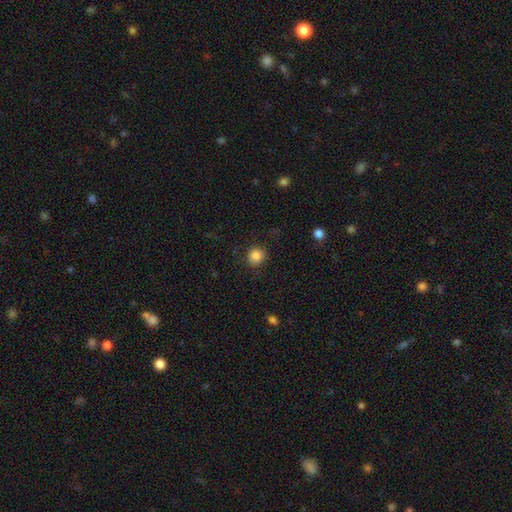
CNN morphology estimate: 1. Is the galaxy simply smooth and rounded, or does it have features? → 85% smooth, 10% star or artifact, 5% featured or disk.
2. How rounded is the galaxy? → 84% round, 15% in between, 1% cigar-shaped.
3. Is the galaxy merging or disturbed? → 87% none, 9% minor disturbance, 3% major disturbance, 1% merger.